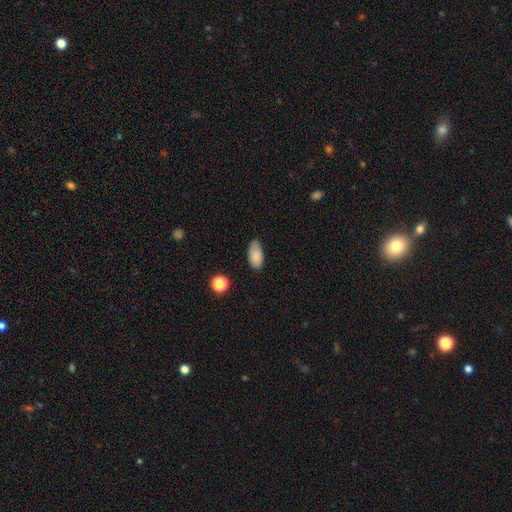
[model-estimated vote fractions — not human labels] Overall: smooth (84%). How rounded: in between (93%). Merging: none (68%).